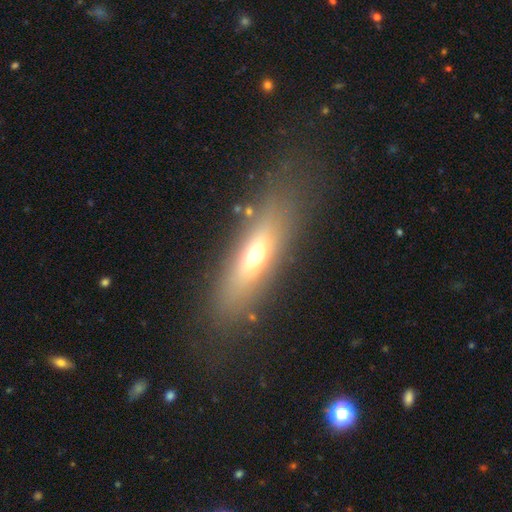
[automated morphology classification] A smooth galaxy with no disk features (56%) that is in between round and cigar-shaped (49%). Merging: none (78%).